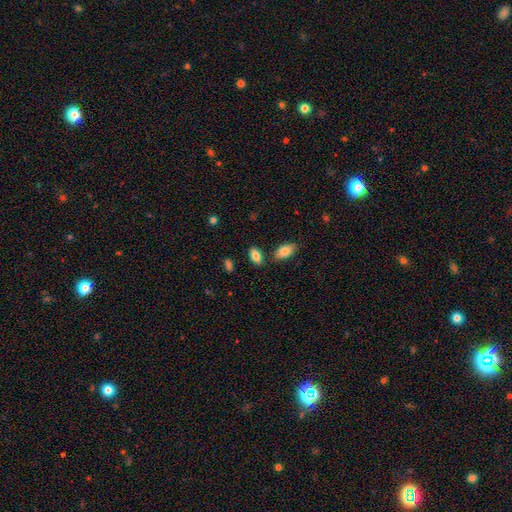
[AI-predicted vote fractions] Morphology: type=smooth (84%); roundness=in between (91%); merging=none (78%).